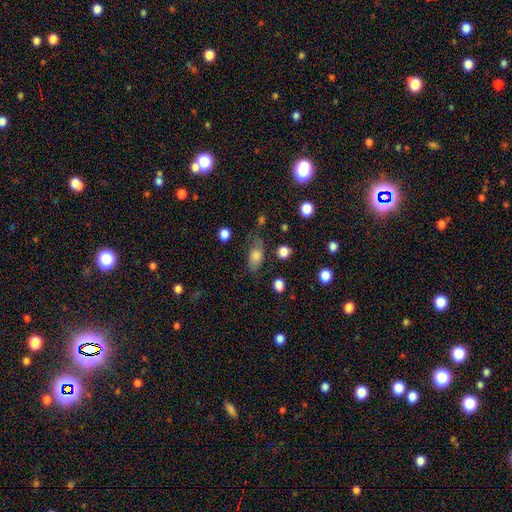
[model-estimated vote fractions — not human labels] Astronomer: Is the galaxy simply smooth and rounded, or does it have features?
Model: smooth — 69%.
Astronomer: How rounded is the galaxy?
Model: in between — 78%.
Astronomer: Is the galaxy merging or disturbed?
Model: none — 60%.